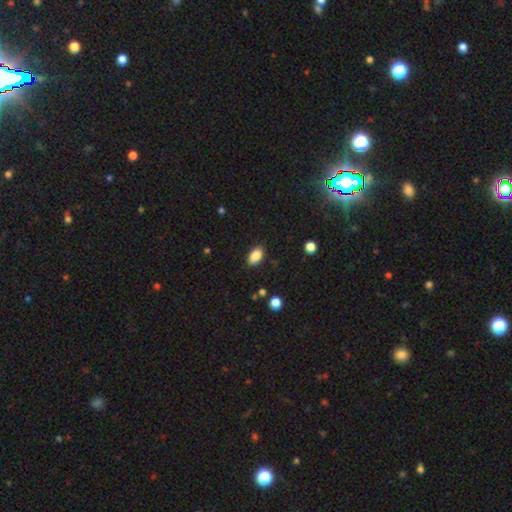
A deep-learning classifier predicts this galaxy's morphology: Smooth or featured: smooth — 87% (star or artifact — 8%)
How rounded: in between — 91% (round — 6%)
Merging: none — 84% (minor disturbance — 12%)